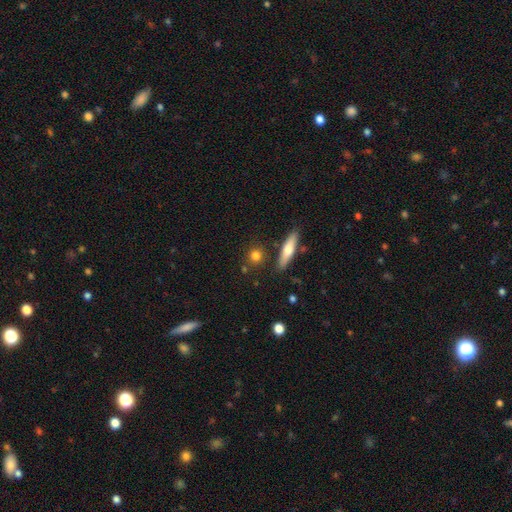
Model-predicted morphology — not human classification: Overall: smooth (77%). How rounded: round (69%). Merging: none (81%).